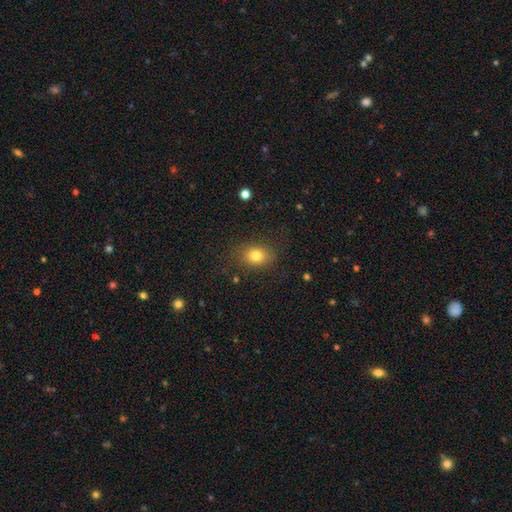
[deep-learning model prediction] Smooth or featured?
  - smooth: 80% *
  - star or artifact: 11%
  - featured or disk: 9%
How rounded?
  - in between: 60% *
  - round: 39%
  - cigar-shaped: 1%
Merging?
  - none: 80% *
  - minor disturbance: 14%
  - major disturbance: 5%
  - merger: 1%